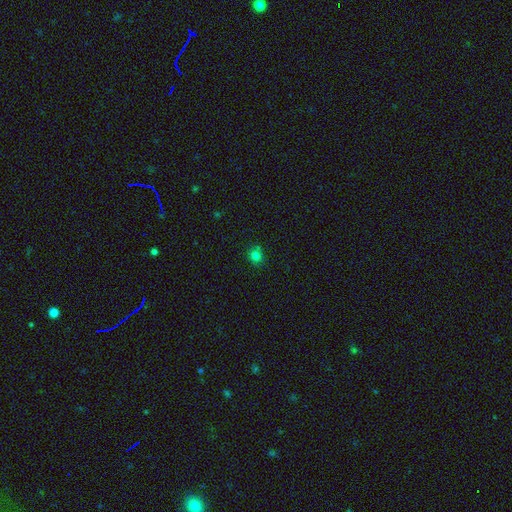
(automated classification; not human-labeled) The model was most divided on "smooth or featured": smooth: 77%, star or artifact: 17%, featured or disk: 6%. More confident: how rounded — round (84%); merging — none (79%).